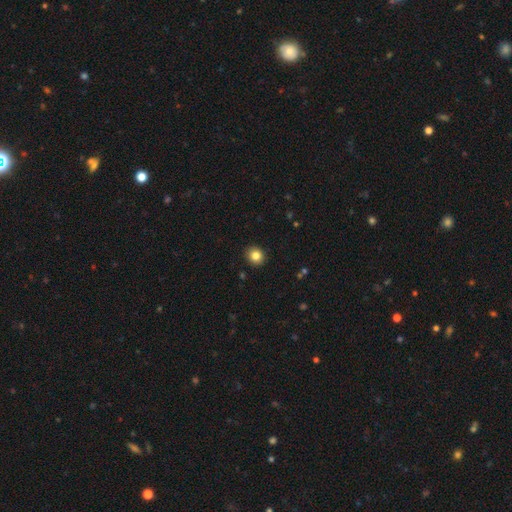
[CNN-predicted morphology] smooth-or-featured: smooth: 83% | star or artifact: 10% | featured or disk: 6%
  how-rounded: round: 82% | in between: 17% | cigar-shaped: 1%
  merging: none: 92% | minor disturbance: 6% | major disturbance: 2% | merger: 1%